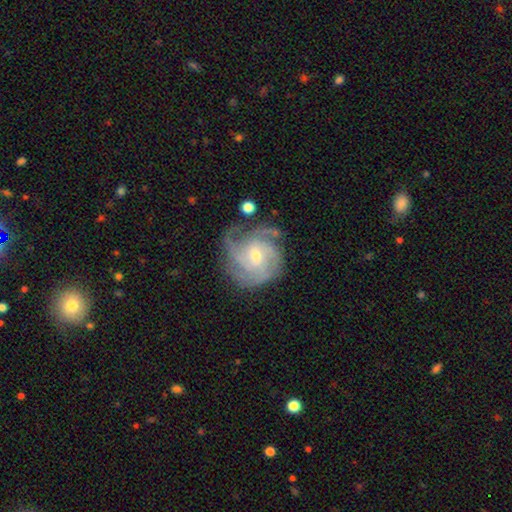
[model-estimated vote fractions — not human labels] featured or disk 87%, smooth 7%, star or artifact 6%. Down the decision tree: edge-on disk — no (98%); bar — no (50%); spiral arms — yes (97%); spiral arm count — 4 (35%); spiral winding — tight (58%); bulge size — small (58%); merging — none (70%).